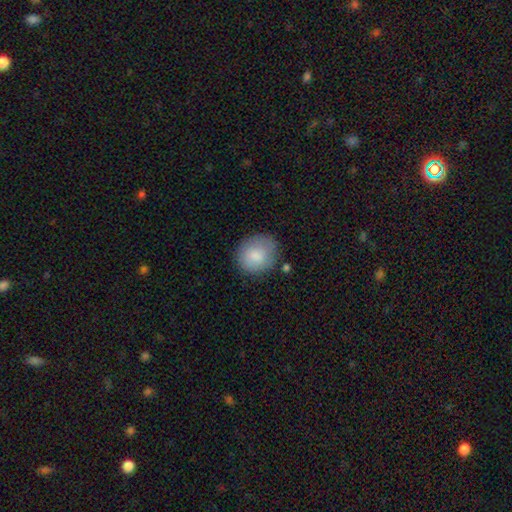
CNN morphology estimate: smooth-or-featured: smooth: 84% | featured or disk: 9% | star or artifact: 7%
  how-rounded: round: 74% | in between: 25% | cigar-shaped: 1%
  merging: none: 75% | minor disturbance: 17% | major disturbance: 5% | merger: 3%